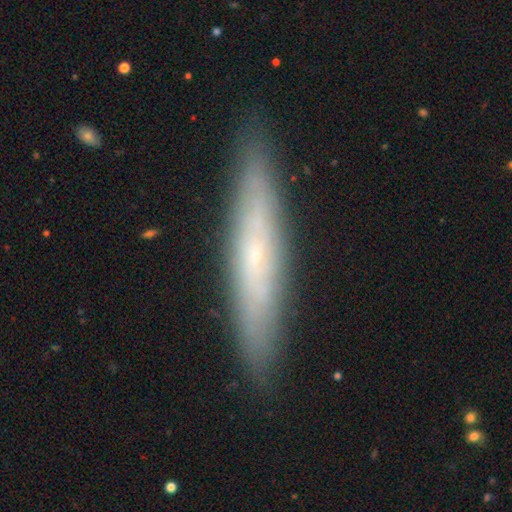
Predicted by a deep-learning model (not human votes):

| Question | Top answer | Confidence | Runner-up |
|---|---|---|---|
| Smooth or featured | featured or disk | 58% | smooth (35%) |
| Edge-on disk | yes | 76% | no (24%) |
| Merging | none | 89% | minor disturbance (8%) |